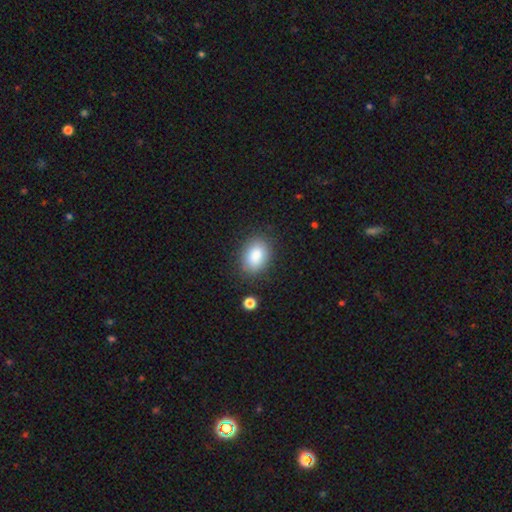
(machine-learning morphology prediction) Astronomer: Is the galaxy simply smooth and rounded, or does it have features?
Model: smooth — 87%.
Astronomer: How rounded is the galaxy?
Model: in between — 80%.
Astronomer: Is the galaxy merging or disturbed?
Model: none — 83%.